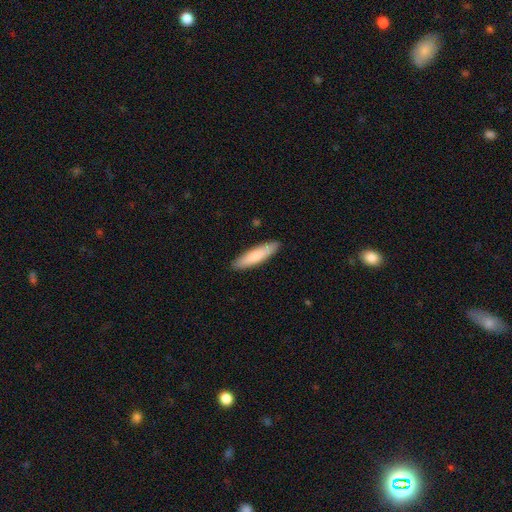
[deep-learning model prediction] Q: Smooth or featured?
A: smooth (79%); runner-up: featured or disk (16%)
Q: How rounded?
A: cigar-shaped (77%); runner-up: in between (22%)
Q: Merging?
A: none (89%); runner-up: minor disturbance (8%)